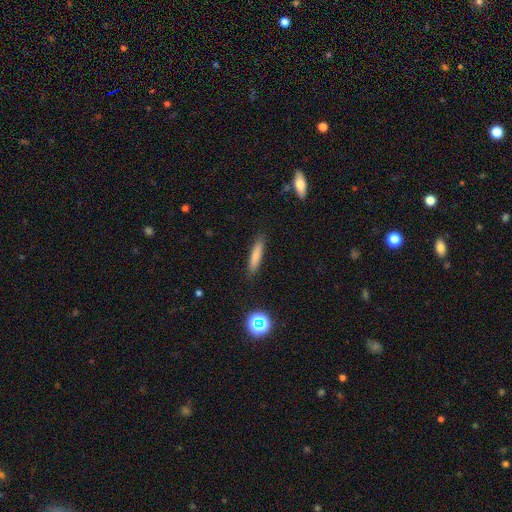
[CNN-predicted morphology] Smooth or featured?
  - smooth: 77% *
  - featured or disk: 14%
  - star or artifact: 9%
How rounded?
  - cigar-shaped: 83% *
  - in between: 15%
  - round: 2%
Merging?
  - none: 87% *
  - minor disturbance: 9%
  - major disturbance: 2%
  - merger: 1%